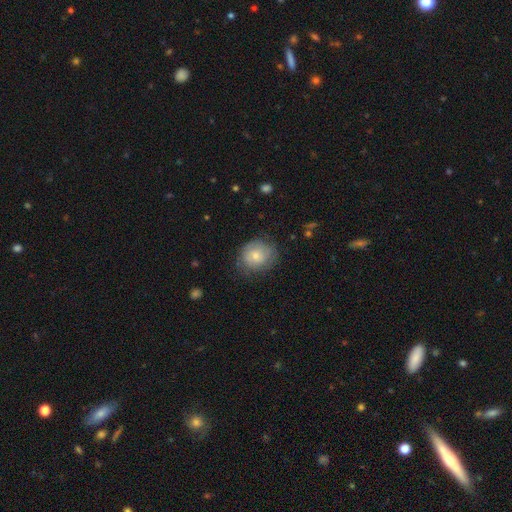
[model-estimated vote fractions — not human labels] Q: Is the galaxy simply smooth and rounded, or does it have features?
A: smooth — 57%.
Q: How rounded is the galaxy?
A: round — 75%.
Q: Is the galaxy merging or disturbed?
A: none — 73%.